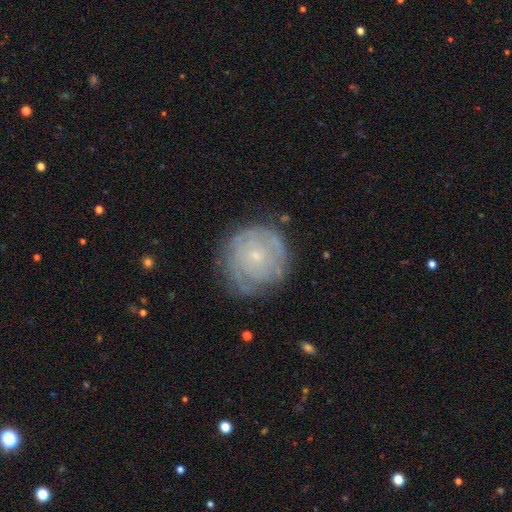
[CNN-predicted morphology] A featured or disk galaxy (68%) with no bar (81%), tight (77%) spiral arms (82%) and a small central bulge (82%). Merging: none (74%).